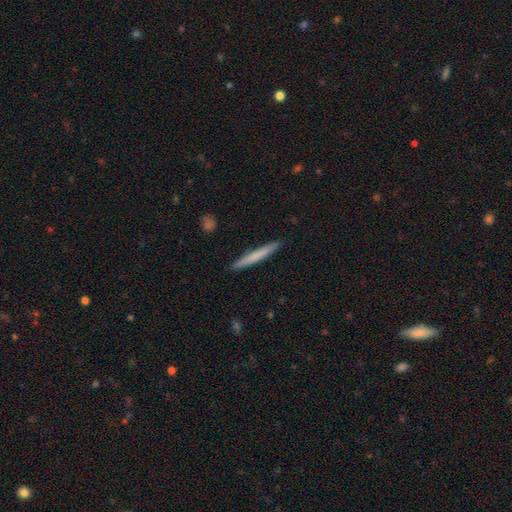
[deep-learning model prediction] This appears to be a smooth galaxy with no disk features (66%) that is cigar-shaped (97%). Merging: none (91%).